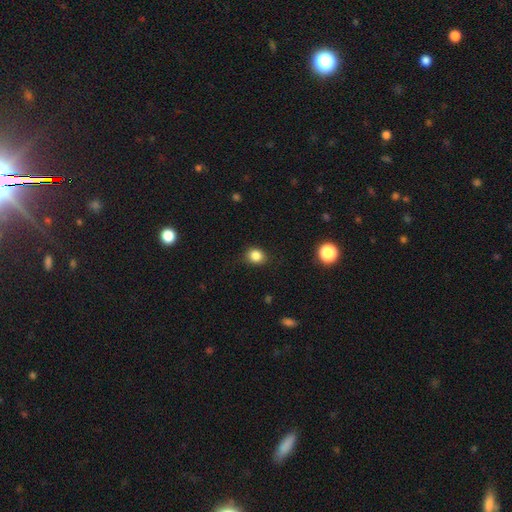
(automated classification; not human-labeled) Smooth or featured?
  - smooth: 84% *
  - star or artifact: 11%
  - featured or disk: 4%
How rounded?
  - round: 68% *
  - in between: 31%
  - cigar-shaped: 1%
Merging?
  - none: 84% *
  - minor disturbance: 12%
  - major disturbance: 3%
  - merger: 1%